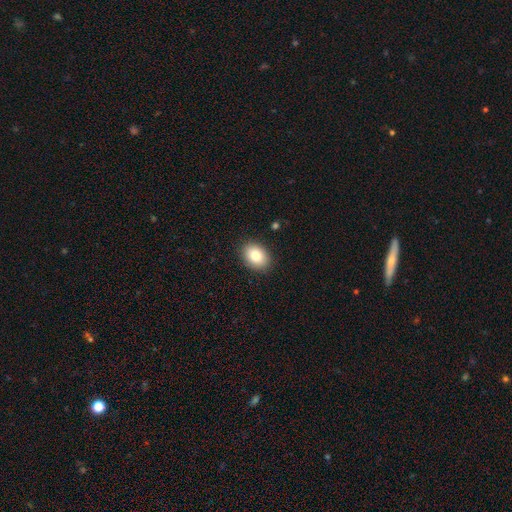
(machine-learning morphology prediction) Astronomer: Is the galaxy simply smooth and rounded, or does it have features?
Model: smooth — 82%.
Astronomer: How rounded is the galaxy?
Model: in between — 69%.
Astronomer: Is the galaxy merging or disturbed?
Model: none — 89%.